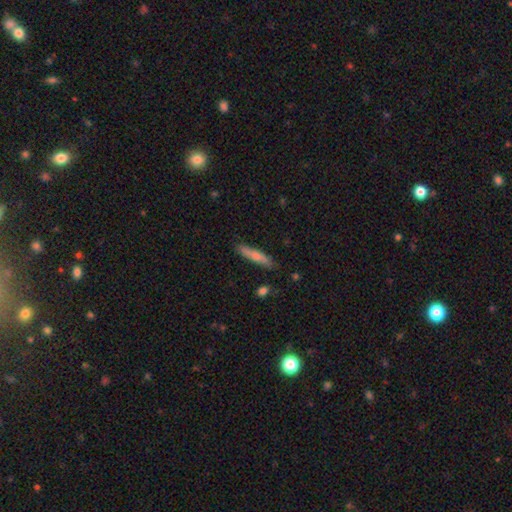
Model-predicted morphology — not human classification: The model was most divided on "smooth or featured": smooth: 71%, featured or disk: 24%, star or artifact: 6%. More confident: how rounded — cigar-shaped (88%); merging — none (85%).